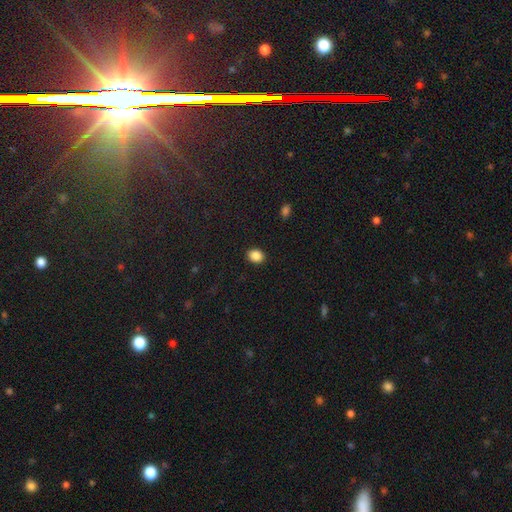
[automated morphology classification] Smooth or featured? Predicted: smooth (p=0.88). How rounded? Predicted: in between (p=0.52). Merging? Predicted: none (p=0.91).